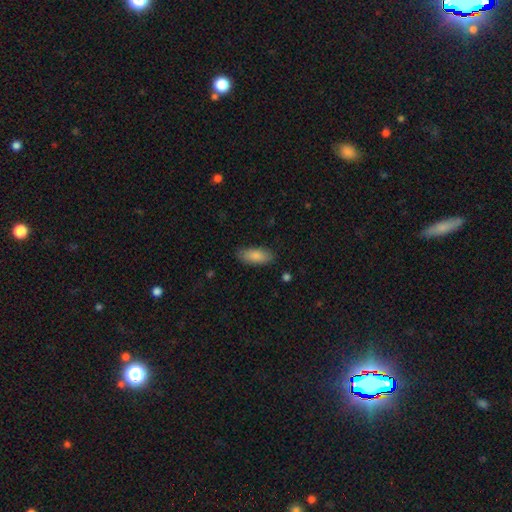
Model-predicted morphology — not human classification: smooth 86%, featured or disk 8%, star or artifact 6%. Down the decision tree: how rounded — in between (84%); merging — none (84%).